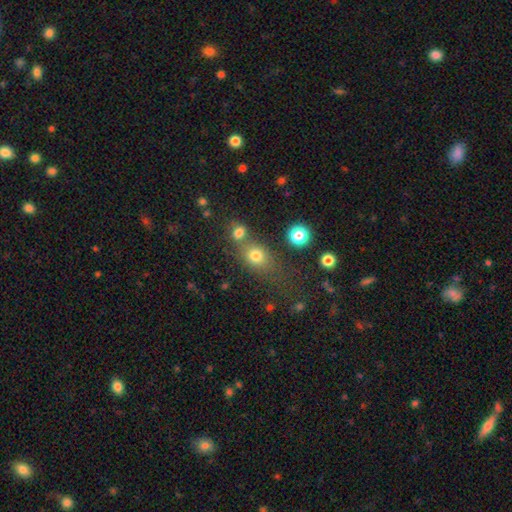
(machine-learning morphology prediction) Q: Smooth or featured?
A: smooth (75%); runner-up: star or artifact (15%)
Q: How rounded?
A: round (52%); runner-up: in between (46%)
Q: Merging?
A: none (53%); runner-up: merger (28%)